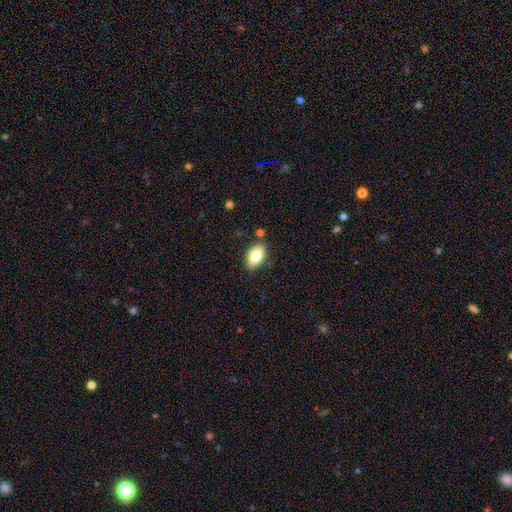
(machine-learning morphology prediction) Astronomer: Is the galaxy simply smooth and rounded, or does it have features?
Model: smooth — 80%.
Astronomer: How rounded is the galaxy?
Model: in between — 90%.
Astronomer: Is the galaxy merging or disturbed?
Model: none — 83%.